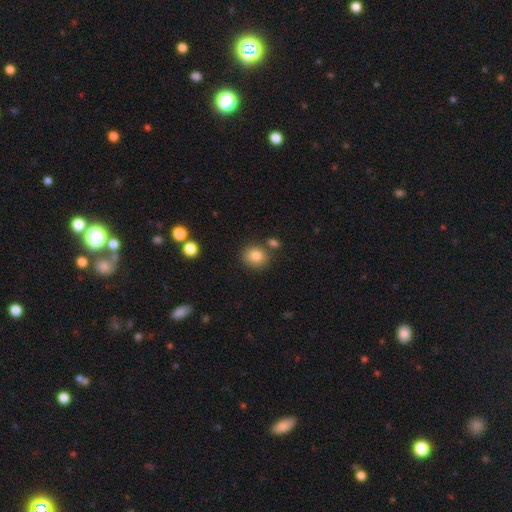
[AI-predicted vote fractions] Smooth or featured?
  - smooth: 83% *
  - star or artifact: 10%
  - featured or disk: 7%
How rounded?
  - round: 77% *
  - in between: 22%
  - cigar-shaped: 1%
Merging?
  - none: 76% *
  - minor disturbance: 11%
  - merger: 10%
  - major disturbance: 3%